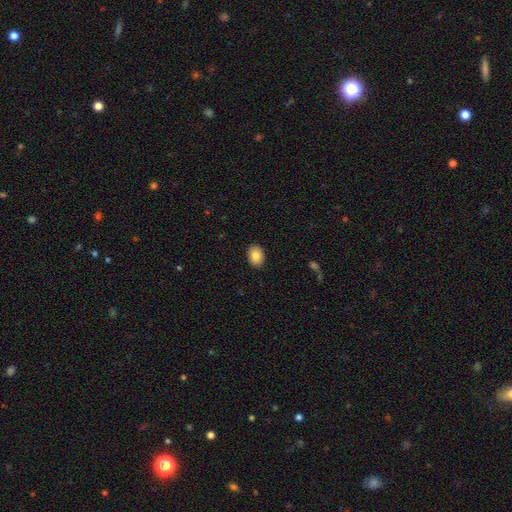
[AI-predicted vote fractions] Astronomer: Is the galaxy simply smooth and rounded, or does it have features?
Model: smooth — 87%.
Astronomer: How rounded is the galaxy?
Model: in between — 77%.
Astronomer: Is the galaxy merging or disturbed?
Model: none — 90%.